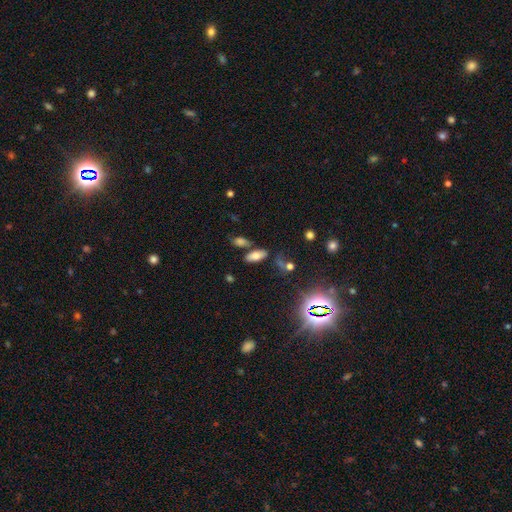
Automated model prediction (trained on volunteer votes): Q: Smooth or featured?
A: smooth (68%); runner-up: featured or disk (17%)
Q: How rounded?
A: in between (83%); runner-up: cigar-shaped (13%)
Q: Merging?
A: none (66%); runner-up: minor disturbance (14%)